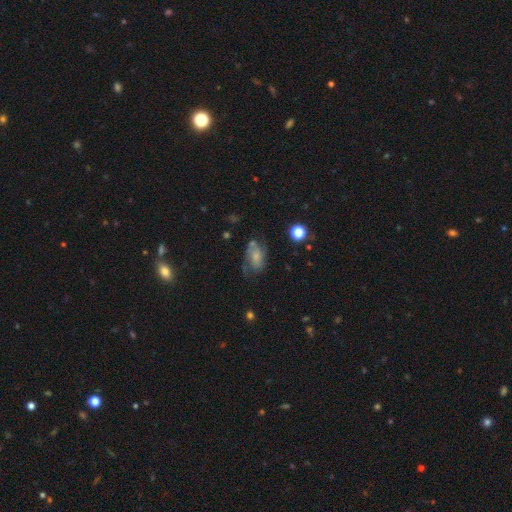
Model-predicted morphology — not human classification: featured or disk 54%, smooth 36%, star or artifact 10%. Down the decision tree: edge-on disk — no (95%); bar — no (66%); spiral arms — yes (80%); bulge size — small (47%); merging — none (49%).